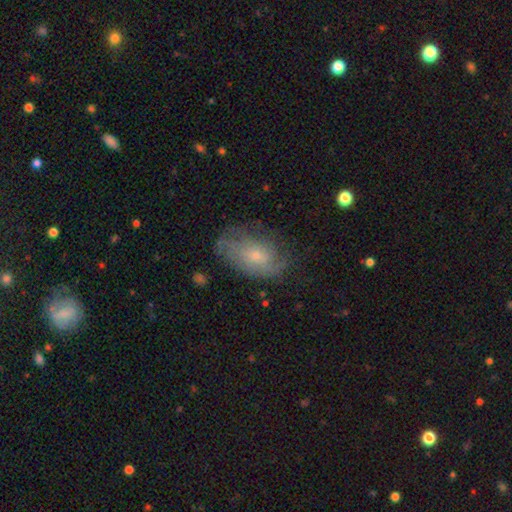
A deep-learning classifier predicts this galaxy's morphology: Q: Smooth or featured?
A: featured or disk (57%); runner-up: smooth (35%)
Q: Edge-on disk?
A: no (94%); runner-up: yes (6%)
Q: Bar?
A: no (73%); runner-up: weak (24%)
Q: Spiral arms?
A: yes (78%); runner-up: no (22%)
Q: Bulge size?
A: small (63%); runner-up: moderate (30%)
Q: Merging?
A: none (62%); runner-up: minor disturbance (24%)